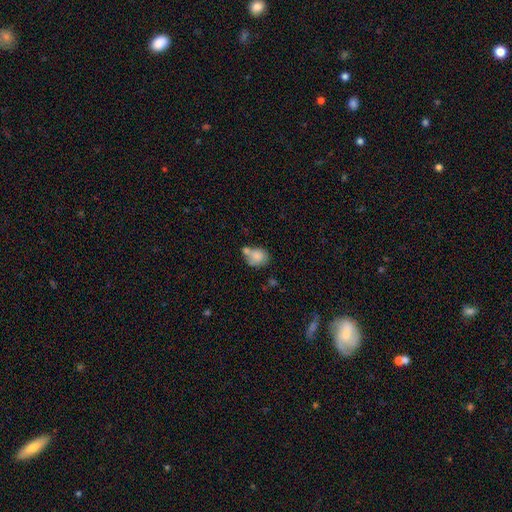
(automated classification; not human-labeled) Smooth or featured? smooth (76%)
How rounded? round (53%)
Merging? merger (40%)